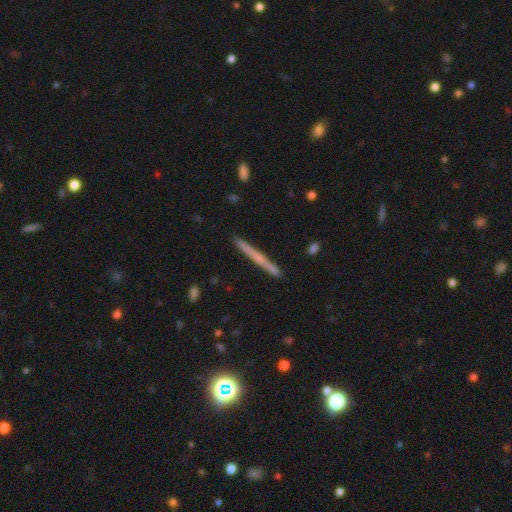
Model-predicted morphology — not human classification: Smooth or featured? Predicted: featured or disk (p=0.50). Merging? Predicted: none (p=0.89).